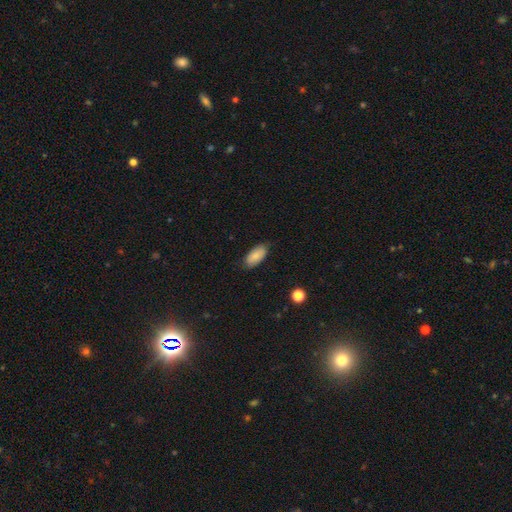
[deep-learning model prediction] Q: Smooth or featured?
A: smooth (82%); runner-up: featured or disk (11%)
Q: How rounded?
A: in between (91%); runner-up: cigar-shaped (7%)
Q: Merging?
A: none (82%); runner-up: minor disturbance (15%)